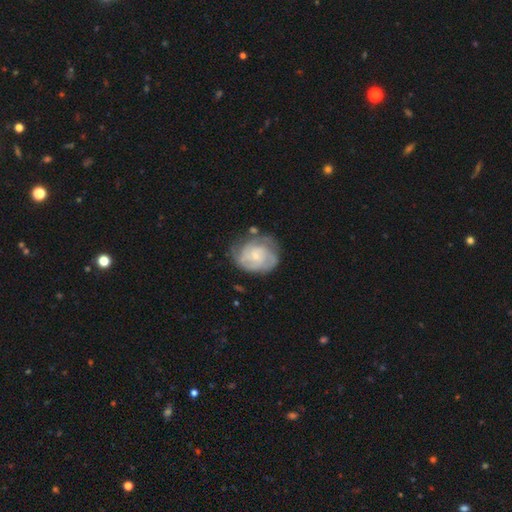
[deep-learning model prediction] Overall: featured or disk (75%). Edge-on disk: no (98%). Bar: no (71%). Spiral arms: yes (91%). Spiral arm count: can't tell (35%; 3 24%). Spiral winding: tight (61%; medium 31%). Bulge size: small (71%). Merging: none (65%).